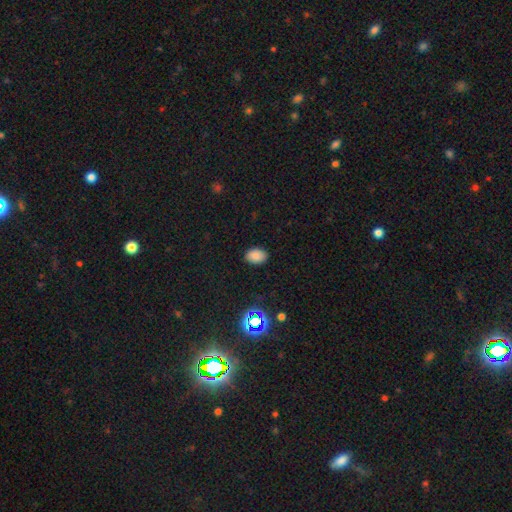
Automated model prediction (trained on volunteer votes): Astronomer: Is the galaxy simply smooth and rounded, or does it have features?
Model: smooth — 82%.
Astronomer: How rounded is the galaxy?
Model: in between — 82%.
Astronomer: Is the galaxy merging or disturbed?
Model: none — 86%.